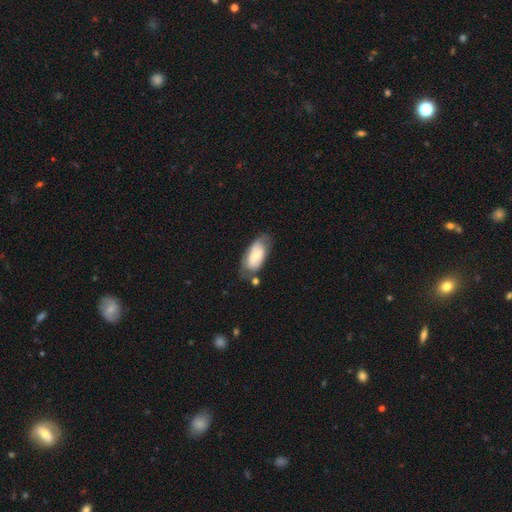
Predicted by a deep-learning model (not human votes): Morphology: type=smooth (57%); roundness=in between (92%); merging=none (57%).